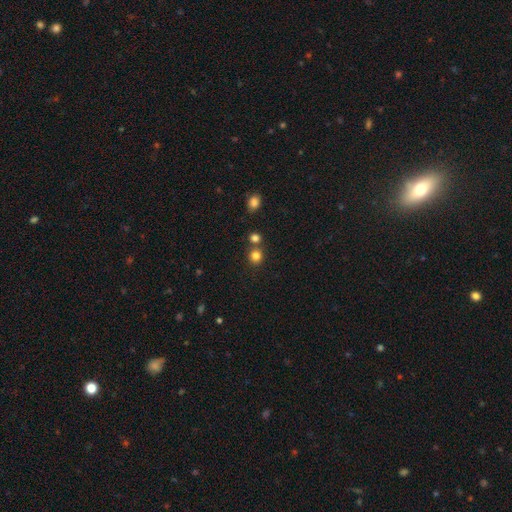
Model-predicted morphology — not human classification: type=smooth (81%); roundness=round (88%); merging=none (73%).